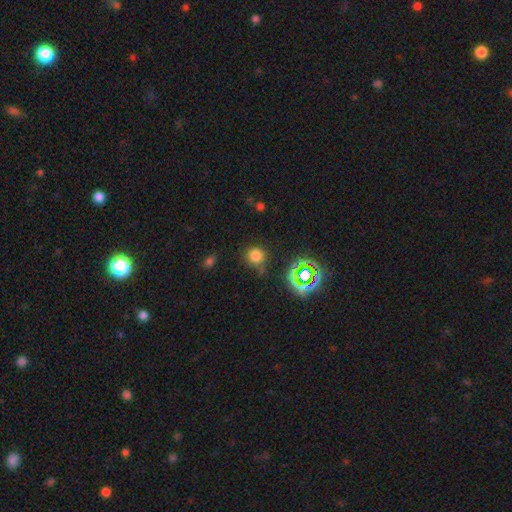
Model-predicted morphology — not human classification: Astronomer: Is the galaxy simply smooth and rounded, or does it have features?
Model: smooth — 72%.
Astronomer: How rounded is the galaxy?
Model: round — 90%.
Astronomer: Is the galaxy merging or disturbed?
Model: none — 74%.